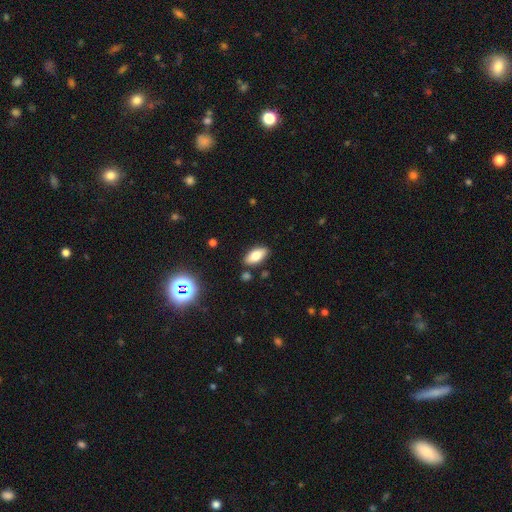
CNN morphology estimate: Smooth or featured: smooth — 76% (featured or disk — 15%)
How rounded: in between — 88% (cigar-shaped — 9%)
Merging: none — 84% (minor disturbance — 10%)